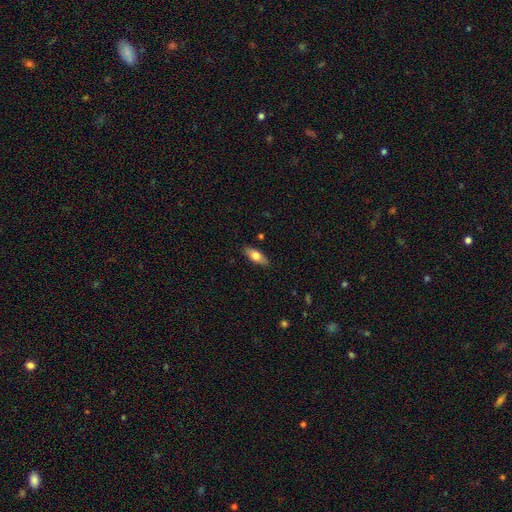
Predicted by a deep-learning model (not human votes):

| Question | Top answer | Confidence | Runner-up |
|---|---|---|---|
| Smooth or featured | smooth | 70% | featured or disk (24%) |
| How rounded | in between | 76% | cigar-shaped (21%) |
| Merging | none | 86% | minor disturbance (10%) |